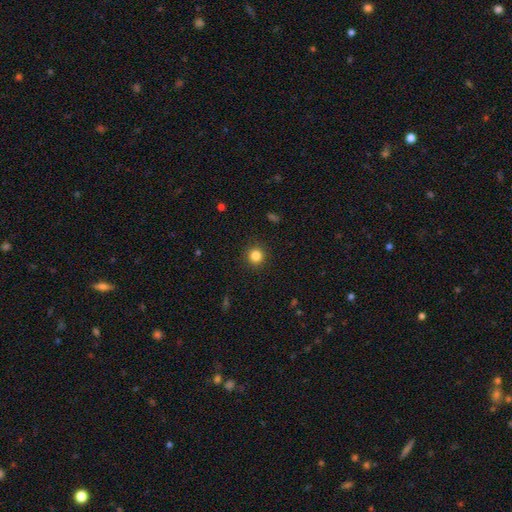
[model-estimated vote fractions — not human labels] A smooth galaxy with no disk features (84%) that is round (94%).

Vote fractions:
- Smooth or featured? smooth: 84% / star or artifact: 11% / featured or disk: 4%
- How rounded? round: 94% / in between: 5% / cigar-shaped: 1%
- Merging? none: 91% / minor disturbance: 6% / major disturbance: 2% / merger: 1%